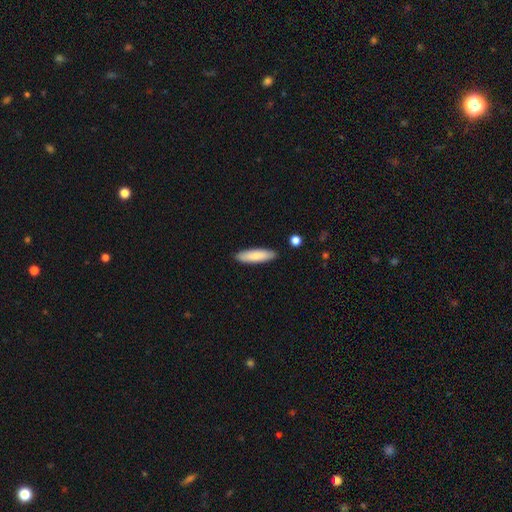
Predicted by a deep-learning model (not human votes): Smooth or featured? Predicted: smooth (p=0.83). How rounded? Predicted: cigar-shaped (p=0.62). Merging? Predicted: none (p=0.88).